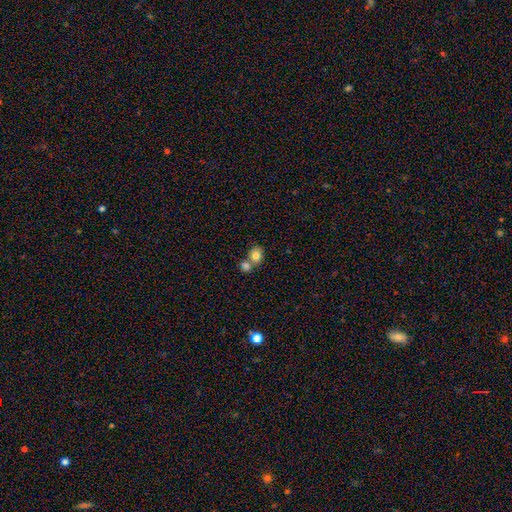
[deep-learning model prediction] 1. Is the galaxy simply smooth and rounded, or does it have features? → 80% smooth, 10% featured or disk, 10% star or artifact.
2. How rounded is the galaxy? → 65% round, 34% in between, 1% cigar-shaped.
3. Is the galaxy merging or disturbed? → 50% merger, 40% none, 7% minor disturbance, 3% major disturbance.